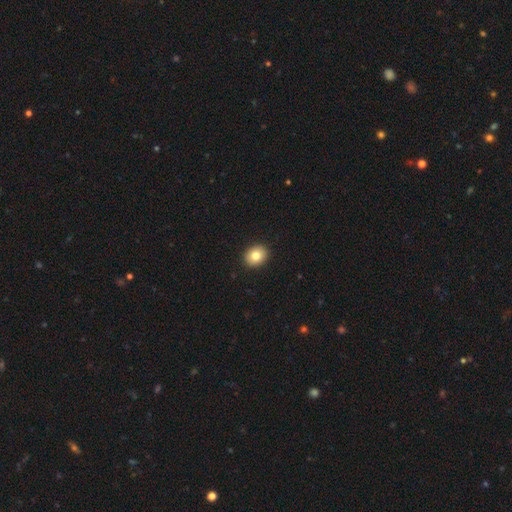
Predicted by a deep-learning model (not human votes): smooth 81%, featured or disk 10%, star or artifact 9%. Down the decision tree: how rounded — round (55%); merging — none (92%).